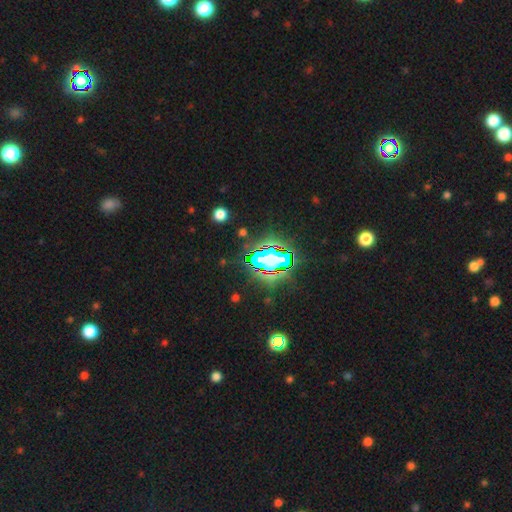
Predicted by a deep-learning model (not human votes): star or artifact 82%, smooth 11%, featured or disk 7%.